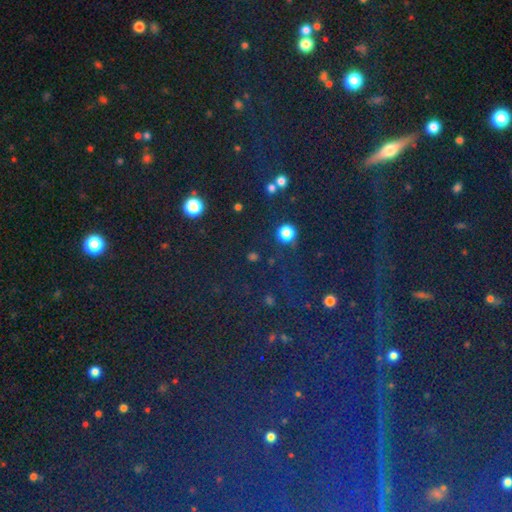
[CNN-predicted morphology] Smooth or featured?
  - star or artifact: 80% *
  - smooth: 11%
  - featured or disk: 9%